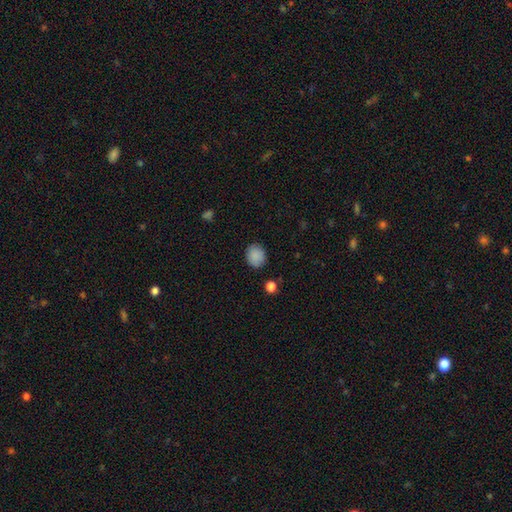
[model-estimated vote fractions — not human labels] A smooth galaxy with no disk features (88%) that is round (68%).

Vote fractions:
- Smooth or featured? smooth: 88% / star or artifact: 9% / featured or disk: 3%
- How rounded? round: 68% / in between: 31% / cigar-shaped: 1%
- Merging? none: 85% / minor disturbance: 11% / major disturbance: 3% / merger: 1%